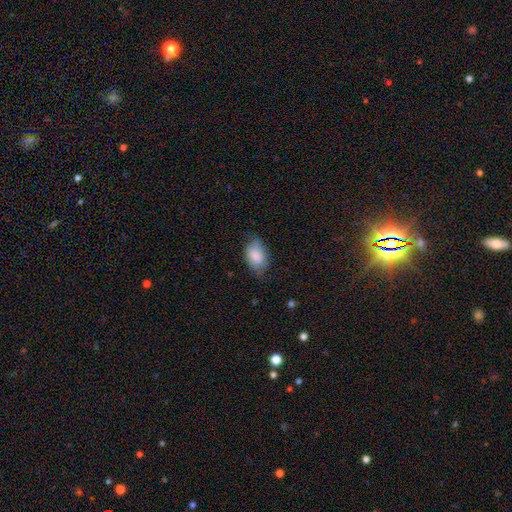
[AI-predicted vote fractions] The model was most divided on "merging": none: 61%, minor disturbance: 30%, major disturbance: 8%, merger: 1%. More confident: how rounded — in between (91%); smooth or featured — smooth (81%).